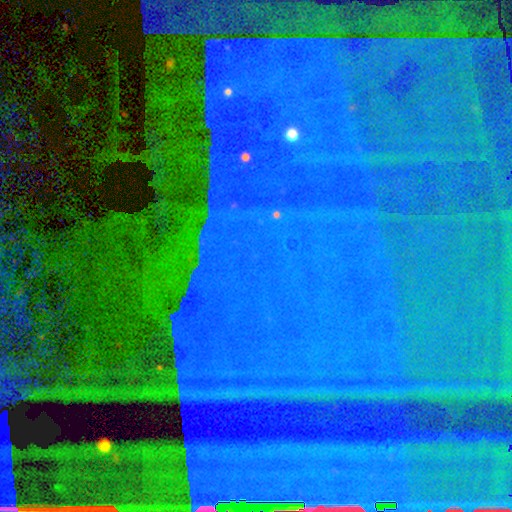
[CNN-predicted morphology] smooth_or_featured: star or artifact (p=0.86) [alt: featured or disk p=0.08]